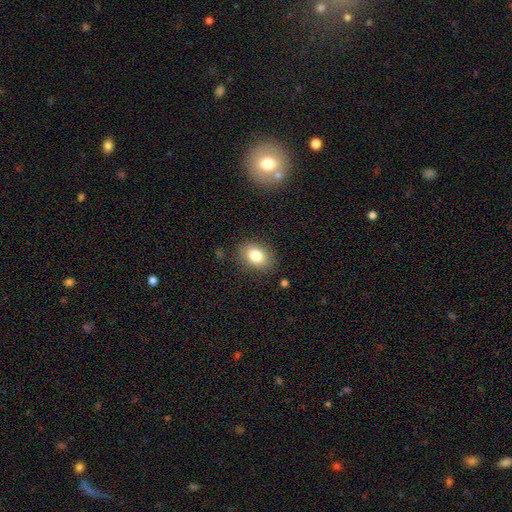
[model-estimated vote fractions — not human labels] The model was most divided on "how rounded": in between: 71%, round: 28%, cigar-shaped: 1%. More confident: merging — none (85%); smooth or featured — smooth (82%).